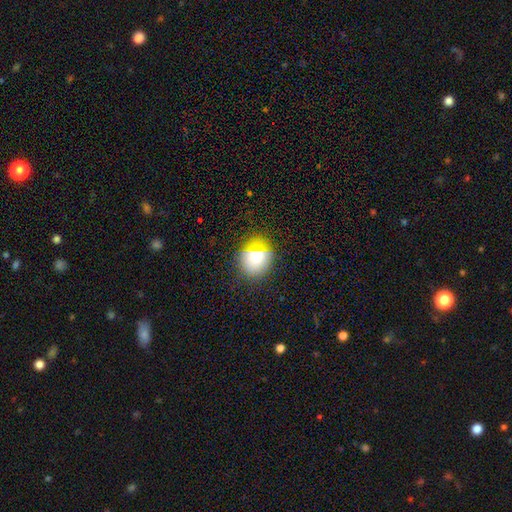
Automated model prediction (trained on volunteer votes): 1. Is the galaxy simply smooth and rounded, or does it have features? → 74% smooth, 14% star or artifact, 12% featured or disk.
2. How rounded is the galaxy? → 69% round, 29% in between, 1% cigar-shaped.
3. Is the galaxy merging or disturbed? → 81% none, 13% minor disturbance, 4% major disturbance, 2% merger.